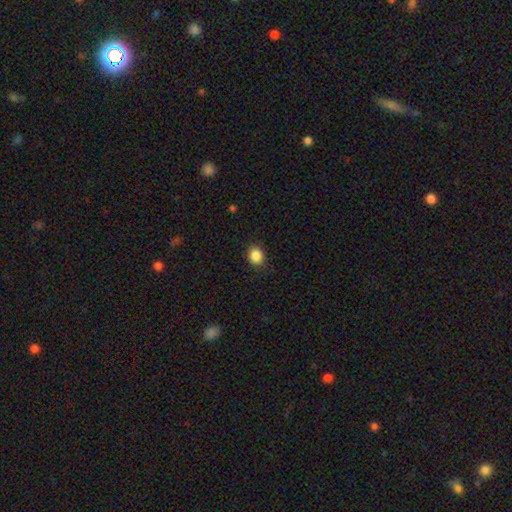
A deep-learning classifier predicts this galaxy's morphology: This appears to be a smooth galaxy with no disk features (87%) that is round (71%). Merging: none (88%).